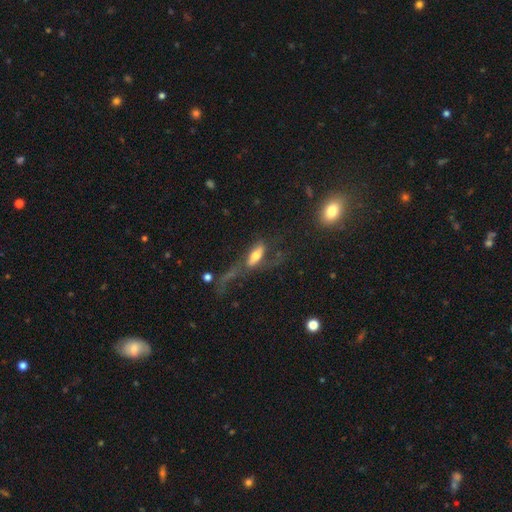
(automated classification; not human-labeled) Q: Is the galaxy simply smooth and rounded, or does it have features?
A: smooth — 48%.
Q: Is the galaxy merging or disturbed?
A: major disturbance — 52%.